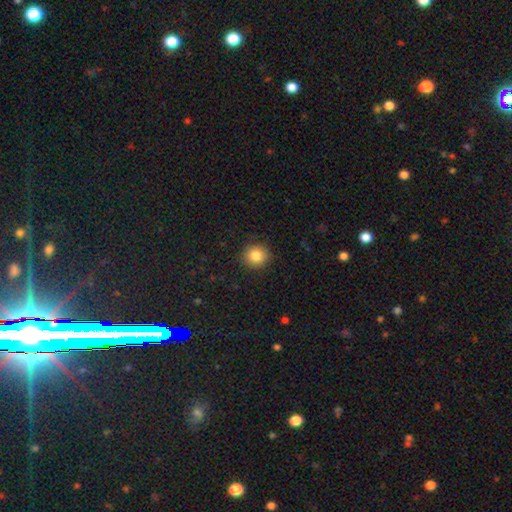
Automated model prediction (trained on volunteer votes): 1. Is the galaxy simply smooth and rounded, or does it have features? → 84% smooth, 10% star or artifact, 6% featured or disk.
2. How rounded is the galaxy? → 89% round, 10% in between, 1% cigar-shaped.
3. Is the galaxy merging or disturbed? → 90% none, 7% minor disturbance, 2% major disturbance, 1% merger.